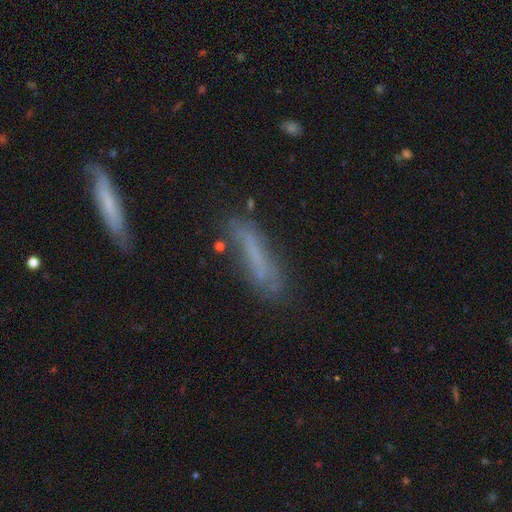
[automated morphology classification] smooth 58%, featured or disk 30%, star or artifact 12%. Down the decision tree: how rounded — cigar-shaped (79%); merging — none (66%).